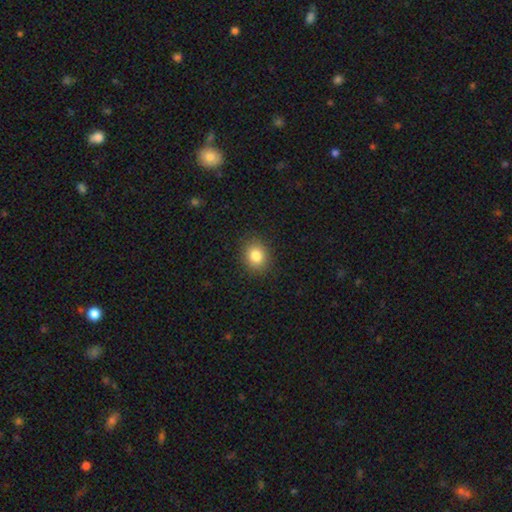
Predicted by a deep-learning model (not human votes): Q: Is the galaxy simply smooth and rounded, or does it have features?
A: smooth — 83%.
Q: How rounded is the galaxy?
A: round — 61%.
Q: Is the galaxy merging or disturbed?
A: none — 89%.